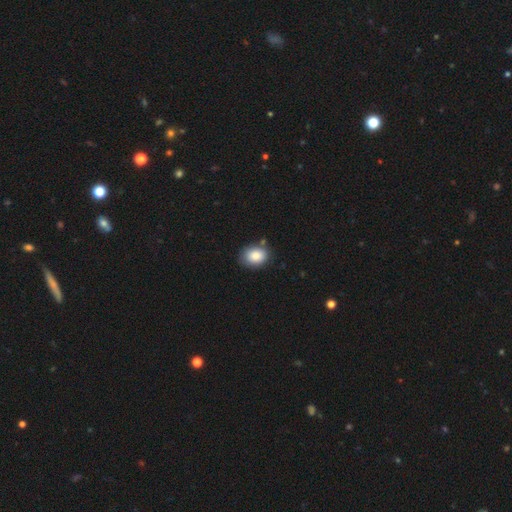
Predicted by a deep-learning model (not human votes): A smooth galaxy with no disk features (86%) that is in between round and cigar-shaped (65%). Merging: none (78%).